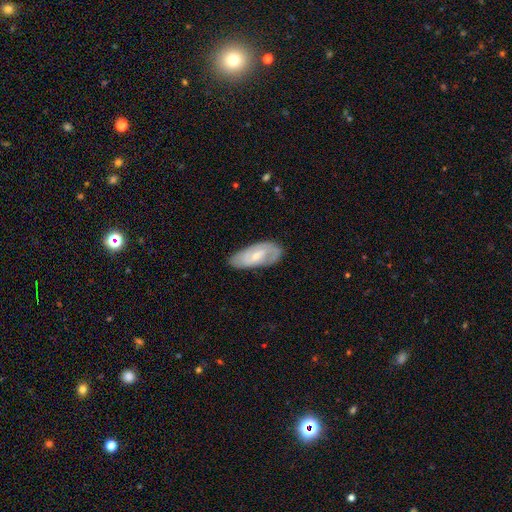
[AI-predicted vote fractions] Overall: featured or disk (54%; smooth 40%). Edge-on disk: no (90%). Merging: none (72%).